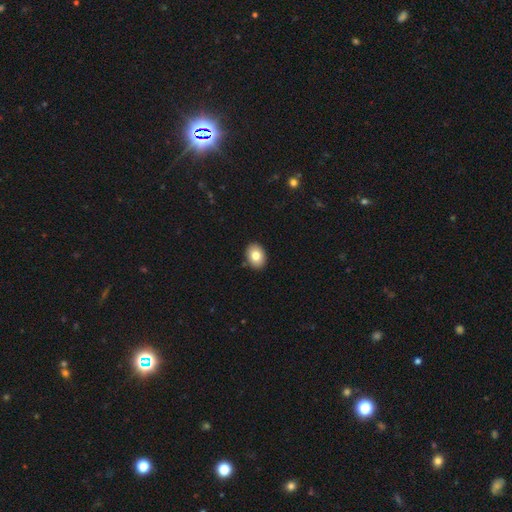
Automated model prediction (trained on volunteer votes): smooth-or-featured: smooth: 80% | featured or disk: 12% | star or artifact: 8%
  how-rounded: in between: 71% | round: 28% | cigar-shaped: 1%
  merging: none: 89% | minor disturbance: 8% | major disturbance: 2% | merger: 1%